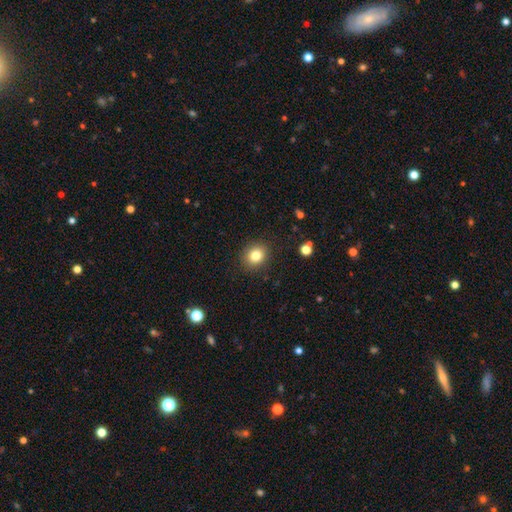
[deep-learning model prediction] Smooth or featured? Predicted: smooth (p=0.81). How rounded? Predicted: round (p=0.73). Merging? Predicted: none (p=0.89).